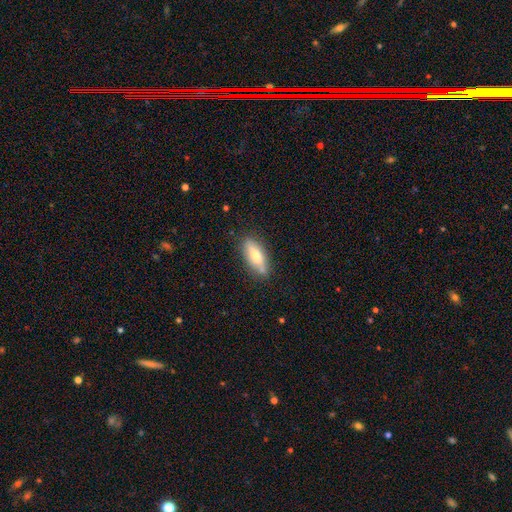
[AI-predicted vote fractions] Smooth or featured?
  - smooth: 58% *
  - featured or disk: 35%
  - star or artifact: 7%
How rounded?
  - in between: 62% *
  - cigar-shaped: 35%
  - round: 2%
Merging?
  - none: 78% *
  - minor disturbance: 16%
  - major disturbance: 3%
  - merger: 2%